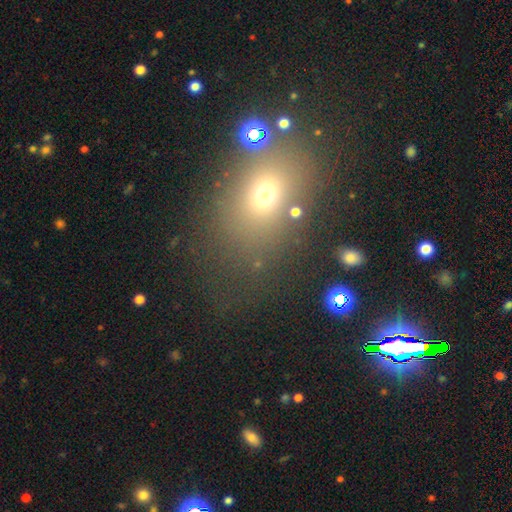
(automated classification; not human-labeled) smooth-or-featured: smooth: 57% | star or artifact: 31% | featured or disk: 13%
  how-rounded: in between: 63% | round: 35% | cigar-shaped: 2%
  merging: none: 76% | minor disturbance: 12% | major disturbance: 7% | merger: 6%